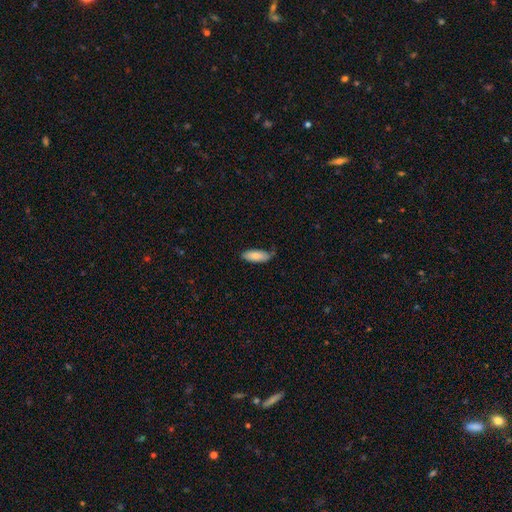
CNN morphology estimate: Smooth or featured?
  - smooth: 84% *
  - featured or disk: 10%
  - star or artifact: 6%
How rounded?
  - in between: 76% *
  - cigar-shaped: 22%
  - round: 2%
Merging?
  - none: 70% *
  - minor disturbance: 24%
  - major disturbance: 4%
  - merger: 2%